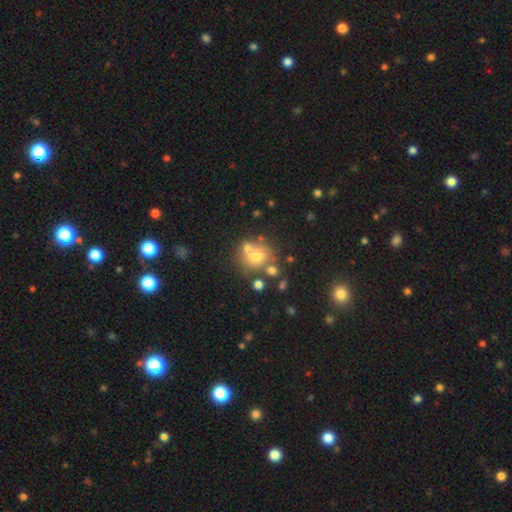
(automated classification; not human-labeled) A smooth galaxy with no disk features (62%) that is round (80%). Merging: none (52%).